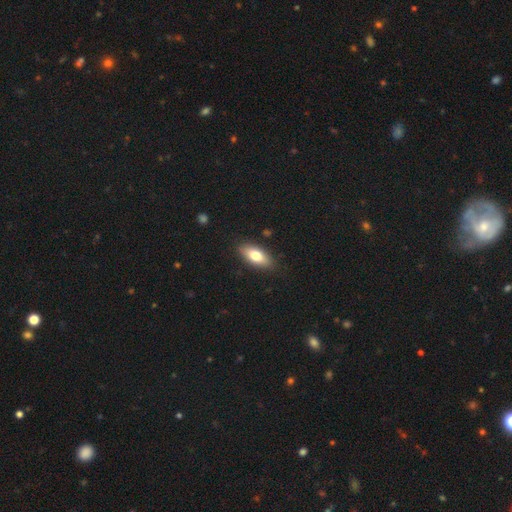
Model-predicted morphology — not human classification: smooth_or_featured: smooth (p=0.74) [alt: featured or disk p=0.19]
how_rounded: in between (p=0.83) [alt: cigar-shaped p=0.14]
merging: none (p=0.87) [alt: minor disturbance p=0.10]